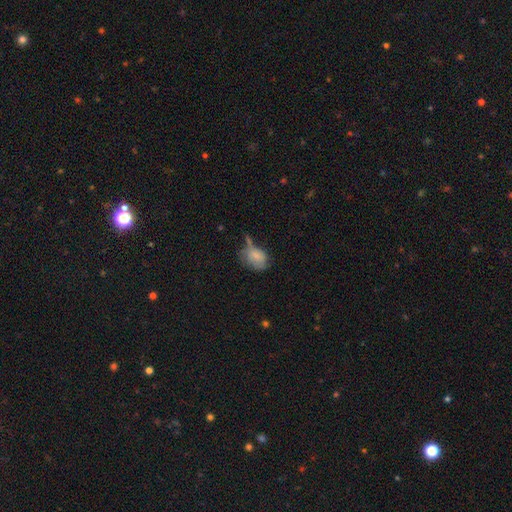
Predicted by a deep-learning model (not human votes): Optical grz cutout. It shows a smooth galaxy with no disk features (75%) that is in between round and cigar-shaped (72%). Merging: none (34%).